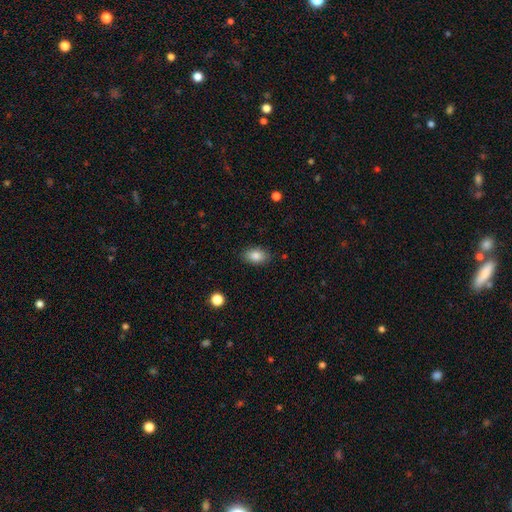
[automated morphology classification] This appears to be a smooth galaxy with no disk features (85%) that is in between round and cigar-shaped (89%). Merging: none (86%).